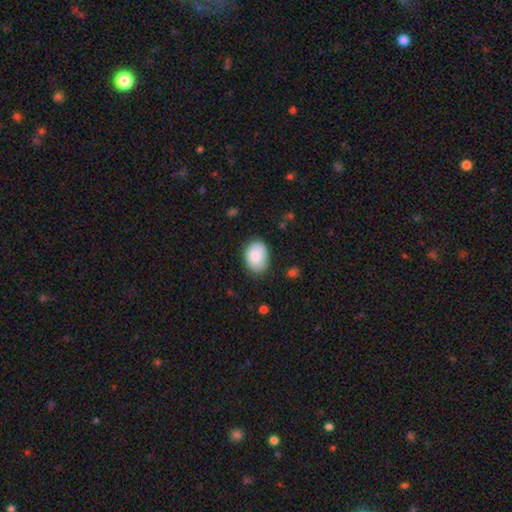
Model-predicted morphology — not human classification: A smooth galaxy with no disk features (84%) that is in between round and cigar-shaped (78%).

Vote fractions:
- Smooth or featured? smooth: 84% / featured or disk: 9% / star or artifact: 7%
- How rounded? in between: 78% / round: 21% / cigar-shaped: 1%
- Merging? none: 76% / minor disturbance: 19% / major disturbance: 4% / merger: 2%